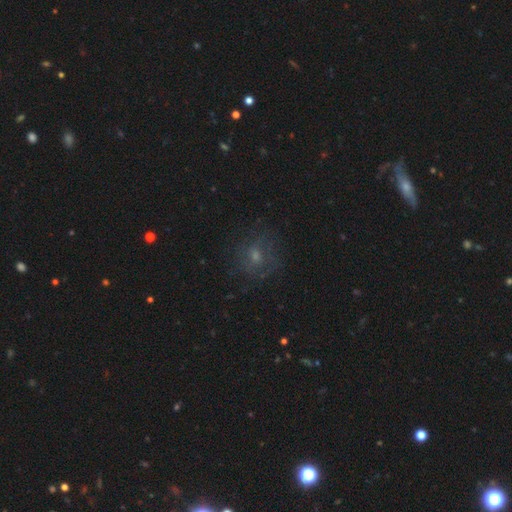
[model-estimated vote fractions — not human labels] Smooth or featured? Predicted: smooth (p=0.43). Merging? Predicted: none (p=0.67).